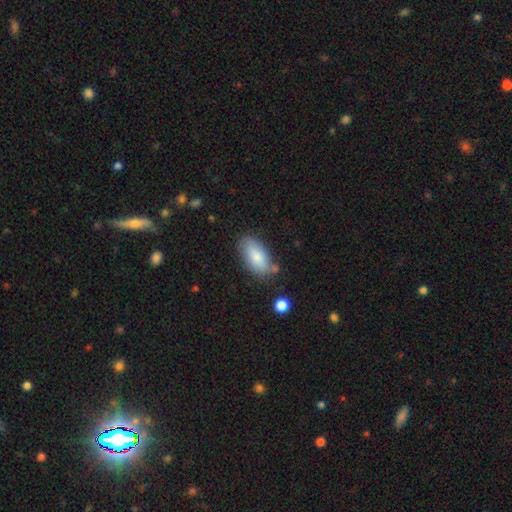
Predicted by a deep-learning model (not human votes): Smooth or featured? Predicted: smooth (p=0.81). How rounded? Predicted: in between (p=0.90). Merging? Predicted: none (p=0.73).